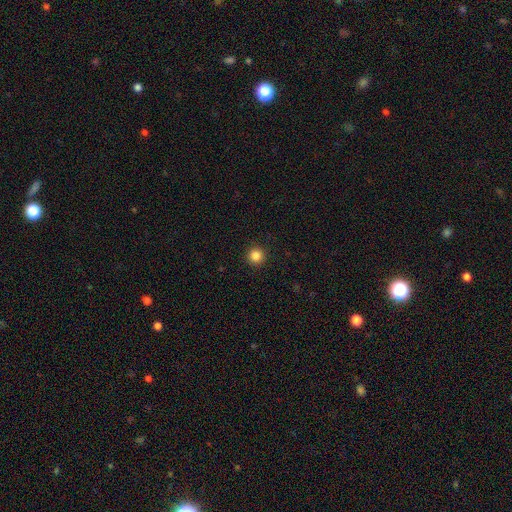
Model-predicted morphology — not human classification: The model was most divided on "smooth or featured": smooth: 85%, star or artifact: 11%, featured or disk: 3%. More confident: how rounded — round (96%); merging — none (93%).